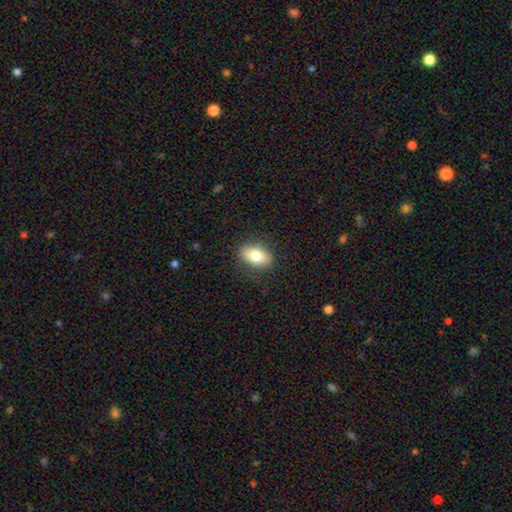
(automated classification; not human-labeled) smooth_or_featured: smooth (p=0.78) [alt: featured or disk p=0.15]
how_rounded: in between (p=0.87) [alt: round p=0.10]
merging: none (p=0.85) [alt: minor disturbance p=0.11]